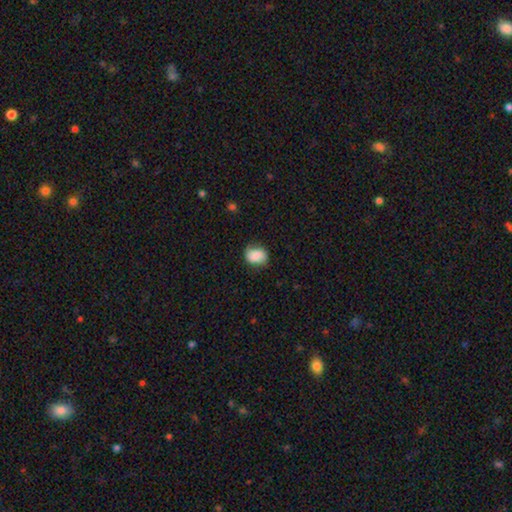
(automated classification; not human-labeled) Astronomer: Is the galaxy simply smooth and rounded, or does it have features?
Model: smooth — 79%.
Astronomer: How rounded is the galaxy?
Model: in between — 56% (runner-up: round, 43%).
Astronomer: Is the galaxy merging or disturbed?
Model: none — 70%.